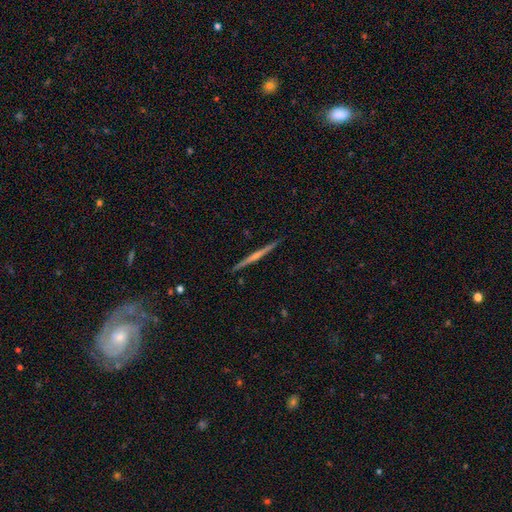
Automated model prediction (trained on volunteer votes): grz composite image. It shows a featured or disk galaxy (72%) viewed edge-on (84%) with a rounded central bulge (54%). Merging: none (85%).